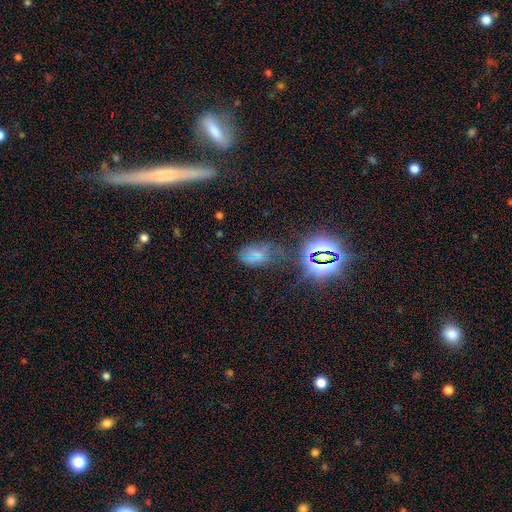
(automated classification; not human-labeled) smooth 43%, star or artifact 42%, featured or disk 14%. Down the decision tree: merging — none (60%).